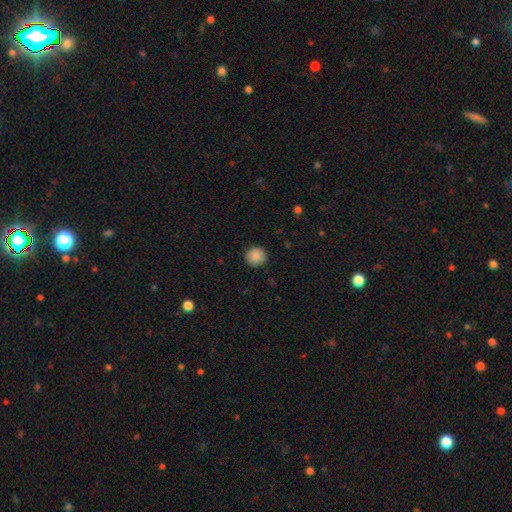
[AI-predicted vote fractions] smooth-or-featured: smooth: 88% | star or artifact: 8% | featured or disk: 4%
  how-rounded: round: 90% | in between: 9% | cigar-shaped: 1%
  merging: none: 90% | minor disturbance: 7% | major disturbance: 2% | merger: 1%